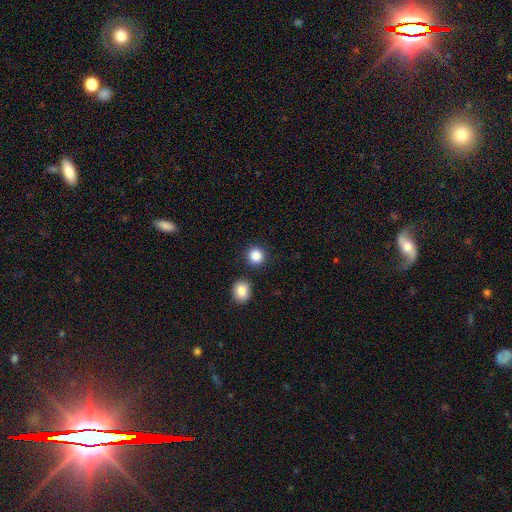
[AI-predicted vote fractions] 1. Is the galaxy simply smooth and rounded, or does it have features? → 87% smooth, 10% star or artifact, 3% featured or disk.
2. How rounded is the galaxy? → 90% round, 9% in between, 1% cigar-shaped.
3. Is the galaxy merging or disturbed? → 86% none, 7% minor disturbance, 5% merger, 2% major disturbance.